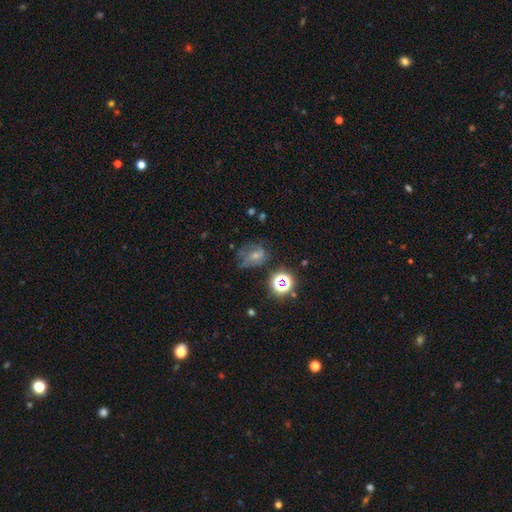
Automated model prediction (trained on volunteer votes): A smooth galaxy with no disk features (47%). Merging: none (39%).